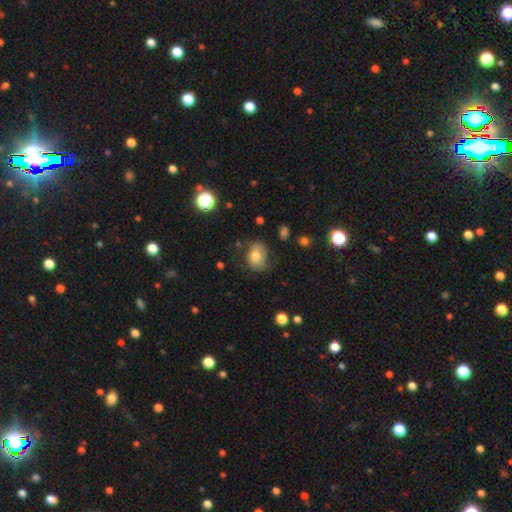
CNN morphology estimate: type=smooth (69%); roundness=in between (61%); merging=none (56%).